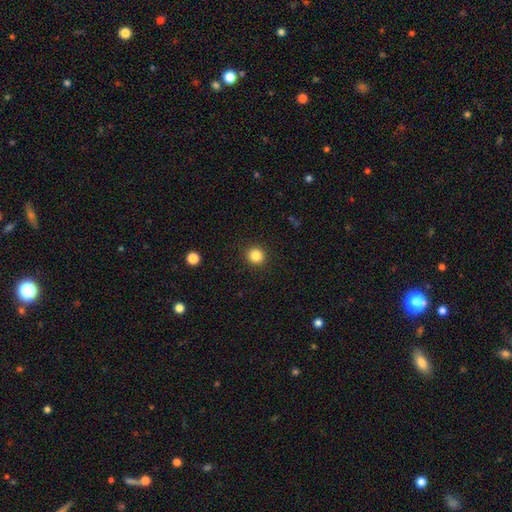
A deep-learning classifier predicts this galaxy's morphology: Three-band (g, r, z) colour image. It shows a smooth galaxy with no disk features (85%) that is round (93%). Merging: none (92%).